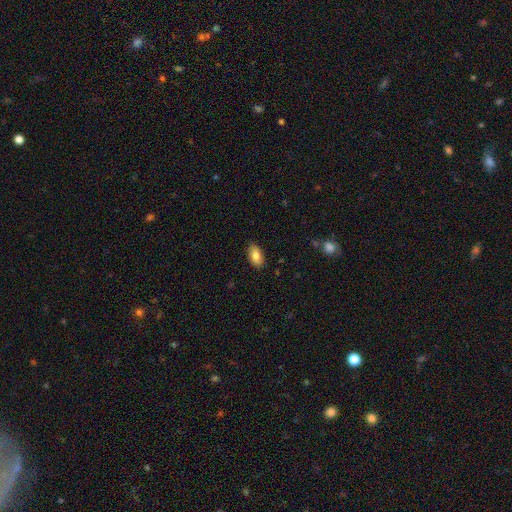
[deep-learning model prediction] Q: Smooth or featured?
A: smooth (83%); runner-up: featured or disk (10%)
Q: How rounded?
A: in between (93%); runner-up: cigar-shaped (4%)
Q: Merging?
A: none (87%); runner-up: minor disturbance (10%)